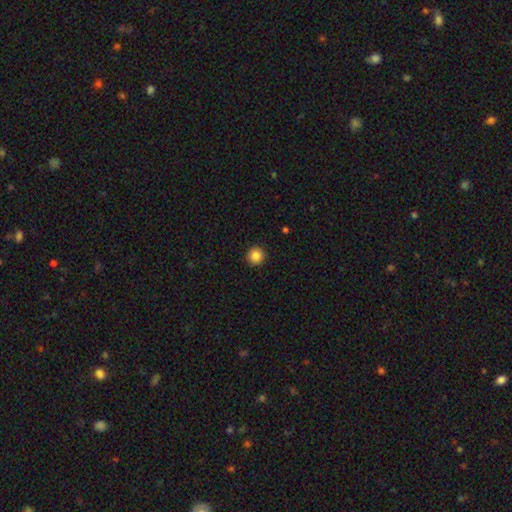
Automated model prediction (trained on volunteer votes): This is clearly a smooth galaxy (86%). How rounded: clearly round (96%). Merging: clearly none (93%).